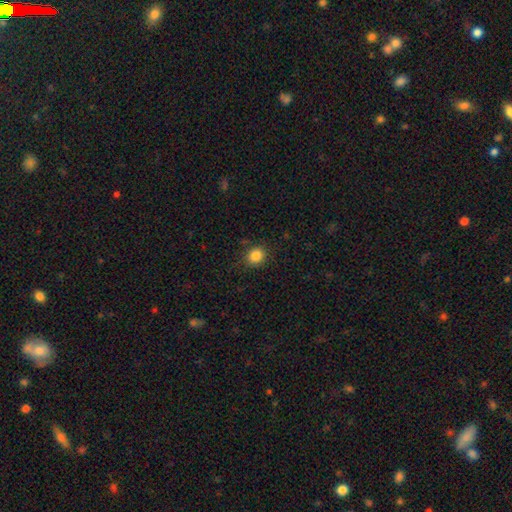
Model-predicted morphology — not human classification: Smooth or featured?
  - smooth: 85% *
  - star or artifact: 11%
  - featured or disk: 4%
How rounded?
  - round: 71% *
  - in between: 28%
  - cigar-shaped: 1%
Merging?
  - none: 86% *
  - minor disturbance: 10%
  - major disturbance: 3%
  - merger: 1%